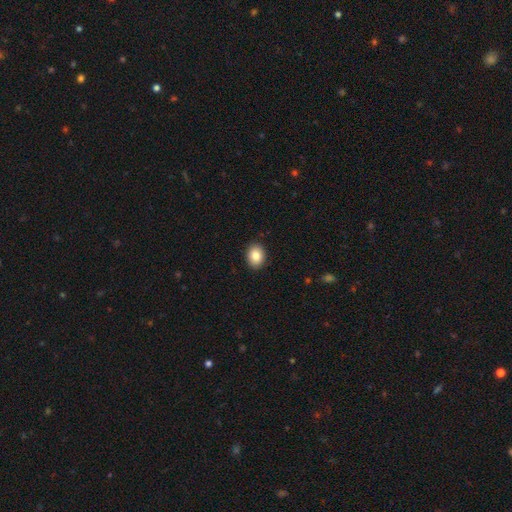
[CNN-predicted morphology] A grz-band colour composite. It shows a smooth galaxy with no disk features (86%) that is in between round and cigar-shaped (66%). Merging: none (91%).